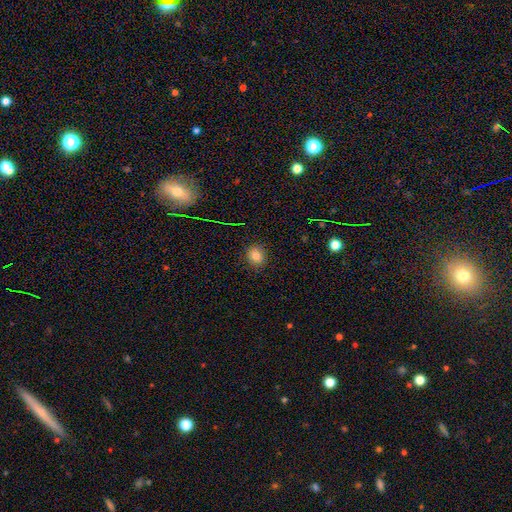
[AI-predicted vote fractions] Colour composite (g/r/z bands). It shows a smooth galaxy with no disk features (81%) that is round (75%). Merging: none (89%).